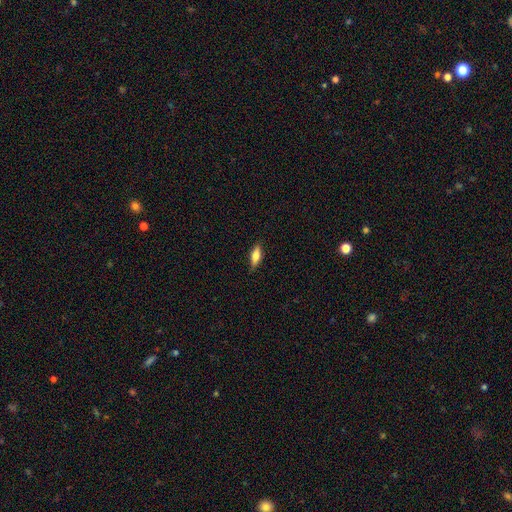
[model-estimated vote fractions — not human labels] Overall: smooth (67%). How rounded: in between (64%; cigar-shaped 34%). Merging: none (83%).